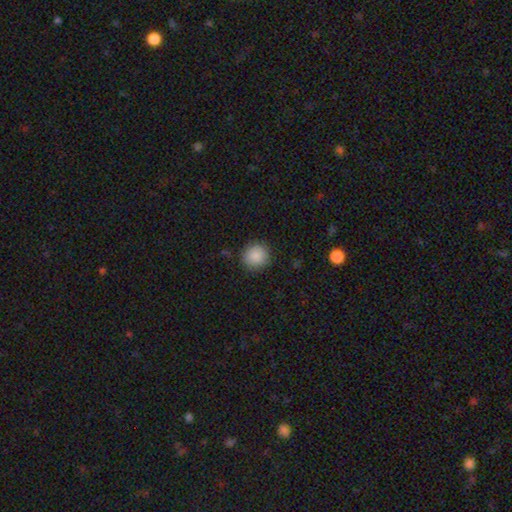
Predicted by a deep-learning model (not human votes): Smooth or featured? Predicted: smooth (p=0.88). How rounded? Predicted: round (p=0.92). Merging? Predicted: none (p=0.89).